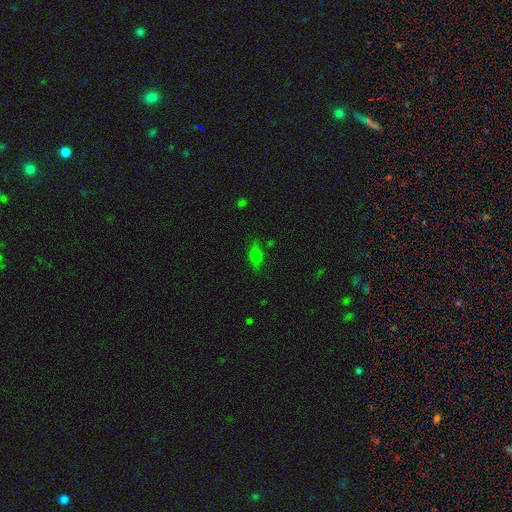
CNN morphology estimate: type=smooth (63%); roundness=in between (71%); merging=none (77%).